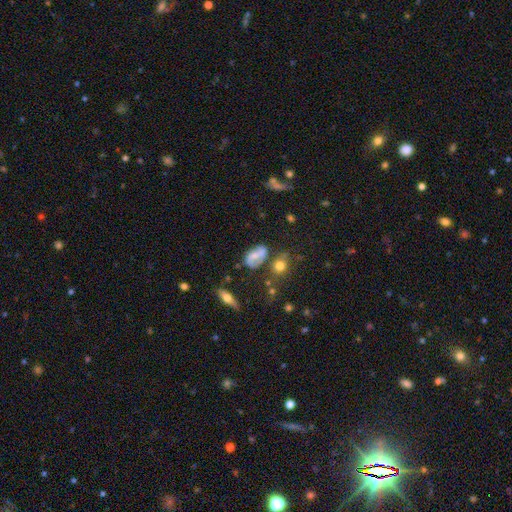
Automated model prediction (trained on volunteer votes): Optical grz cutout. It shows a featured or disk galaxy (57%) with a weak bar (42%), spiral arms (81%) and a small central bulge (40%). Merging: none (63%).